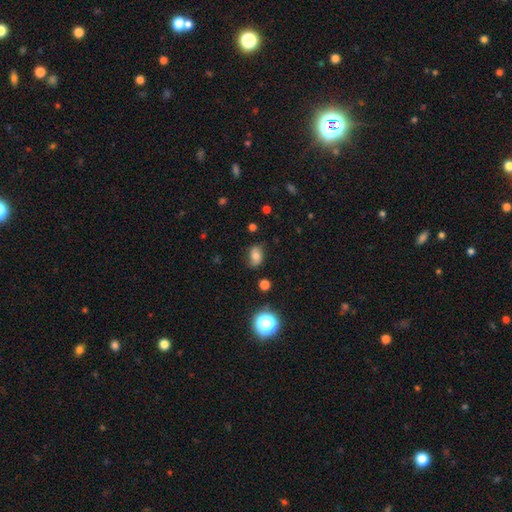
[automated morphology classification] Smooth or featured: smooth — 71% (featured or disk — 15%)
How rounded: in between — 81% (round — 17%)
Merging: none — 76% (minor disturbance — 18%)